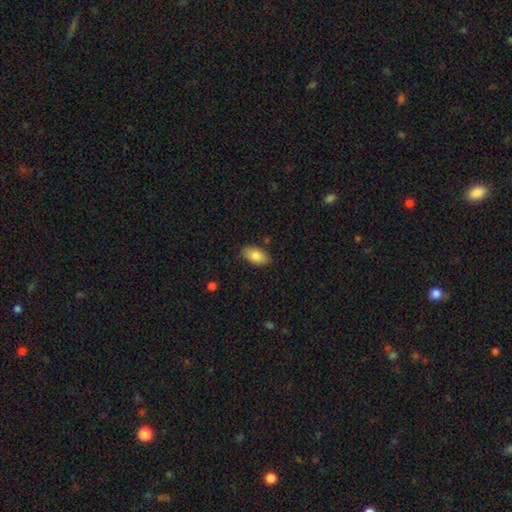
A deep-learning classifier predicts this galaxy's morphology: type=smooth (83%); roundness=in between (93%); merging=none (85%).